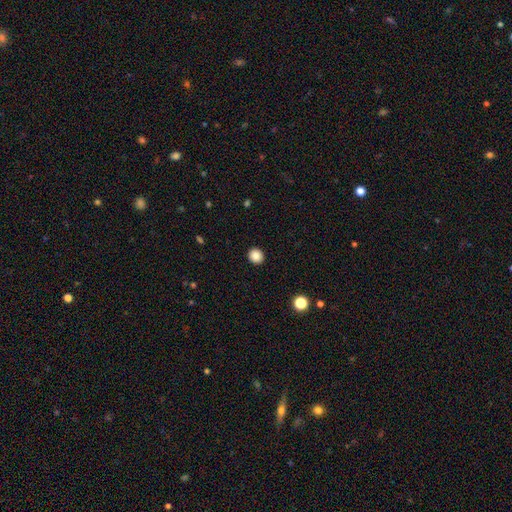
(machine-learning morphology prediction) smooth_or_featured: smooth (p=0.87) [alt: star or artifact p=0.10]
how_rounded: round (p=0.88) [alt: in between p=0.11]
merging: none (p=0.93) [alt: minor disturbance p=0.04]